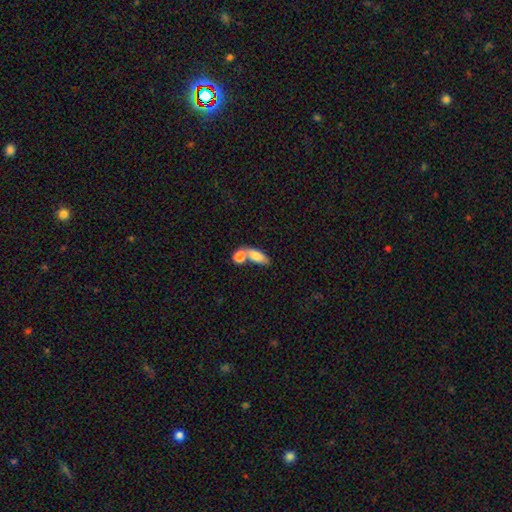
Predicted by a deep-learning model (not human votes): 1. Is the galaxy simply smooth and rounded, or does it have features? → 79% smooth, 13% featured or disk, 8% star or artifact.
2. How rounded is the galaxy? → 81% in between, 13% cigar-shaped, 7% round.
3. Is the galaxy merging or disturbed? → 53% merger, 32% none, 10% minor disturbance, 5% major disturbance.